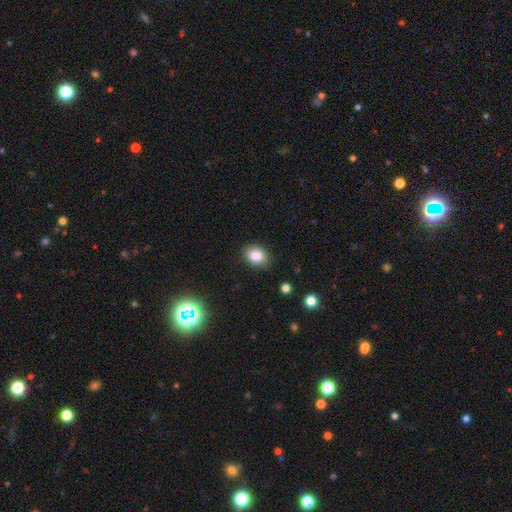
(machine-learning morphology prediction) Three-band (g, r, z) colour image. It shows a smooth galaxy with no disk features (83%) that is in between round and cigar-shaped (62%). Merging: none (85%).